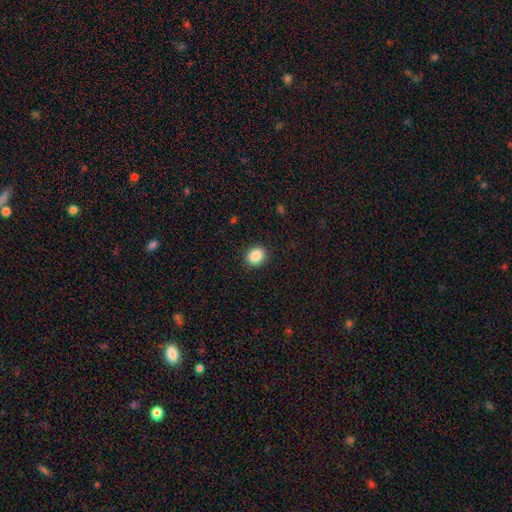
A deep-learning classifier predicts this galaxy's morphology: smooth_or_featured: smooth (p=0.88) [alt: star or artifact p=0.08]
how_rounded: round (p=0.55) [alt: in between p=0.44]
merging: none (p=0.90) [alt: minor disturbance p=0.07]